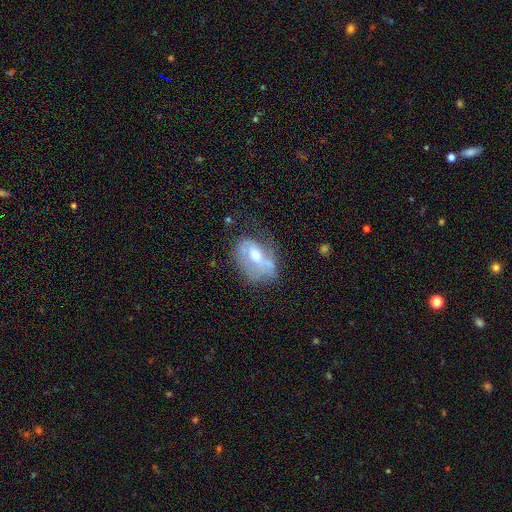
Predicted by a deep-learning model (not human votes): The model was most divided on "merging": none: 39%, minor disturbance: 29%, major disturbance: 24%, merger: 8%. Remaining: edge-on disk — no (96%); bulge size — moderate (62%); spiral arms — yes (62%); smooth or featured — featured or disk (58%); bar — no (50%).